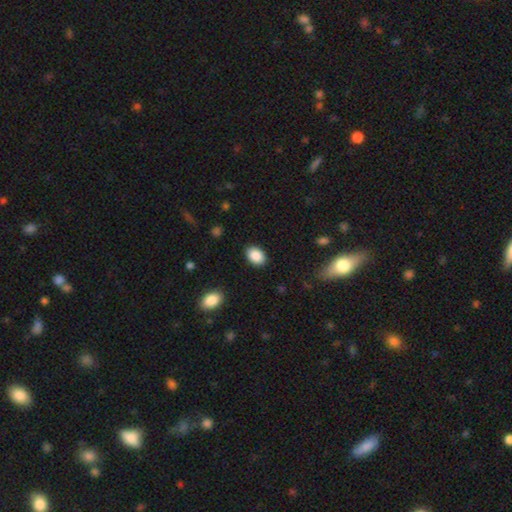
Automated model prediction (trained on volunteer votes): Smooth or featured?
  - smooth: 89% *
  - star or artifact: 7%
  - featured or disk: 3%
How rounded?
  - in between: 79% *
  - round: 20%
  - cigar-shaped: 1%
Merging?
  - none: 88% *
  - minor disturbance: 8%
  - major disturbance: 2%
  - merger: 1%